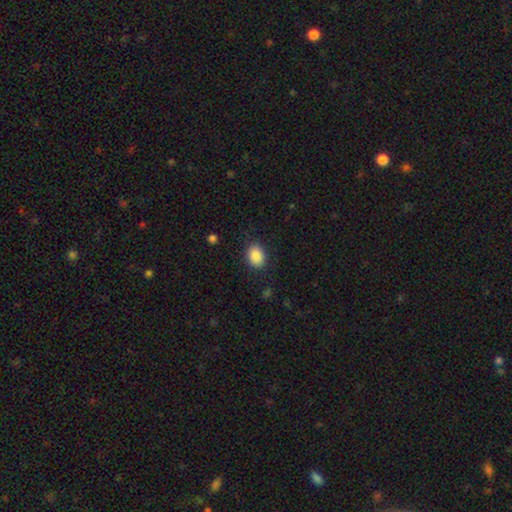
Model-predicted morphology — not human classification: This is clearly a smooth galaxy (88%). How rounded: likely in between (68%). Merging: clearly none (86%).